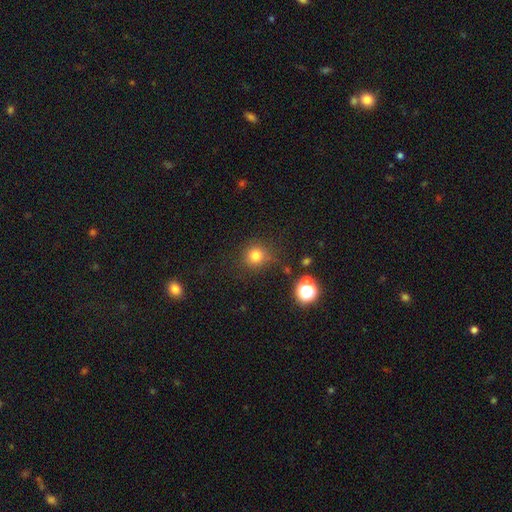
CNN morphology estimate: Overall: smooth (78%). How rounded: round (92%). Merging: none (82%).